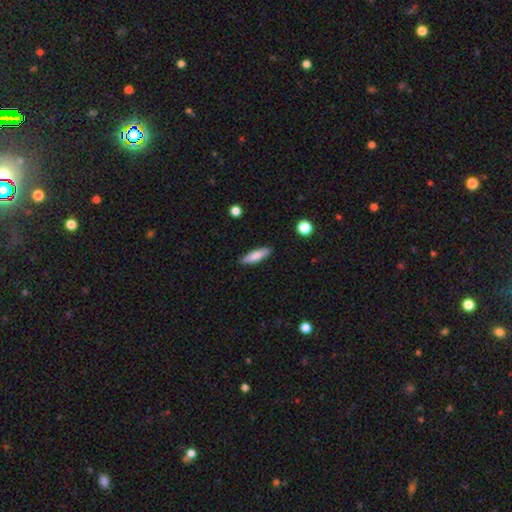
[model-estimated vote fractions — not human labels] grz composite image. It shows a smooth galaxy with no disk features (78%) that is cigar-shaped (69%). Merging: none (88%).